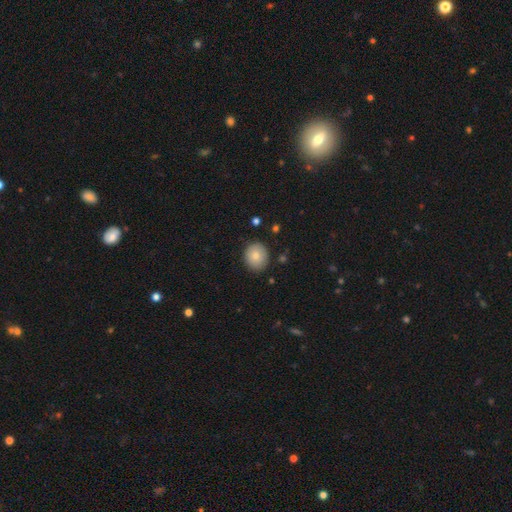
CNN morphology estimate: Smooth or featured?
  - smooth: 80% *
  - featured or disk: 11%
  - star or artifact: 8%
How rounded?
  - round: 79% *
  - in between: 20%
  - cigar-shaped: 1%
Merging?
  - none: 86% *
  - minor disturbance: 11%
  - major disturbance: 2%
  - merger: 1%